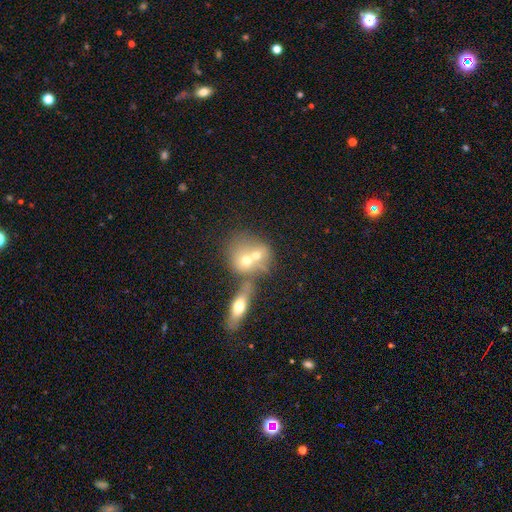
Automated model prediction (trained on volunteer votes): Q: Smooth or featured?
A: smooth (60%); runner-up: featured or disk (29%)
Q: How rounded?
A: round (64%); runner-up: in between (33%)
Q: Merging?
A: merger (67%); runner-up: none (23%)